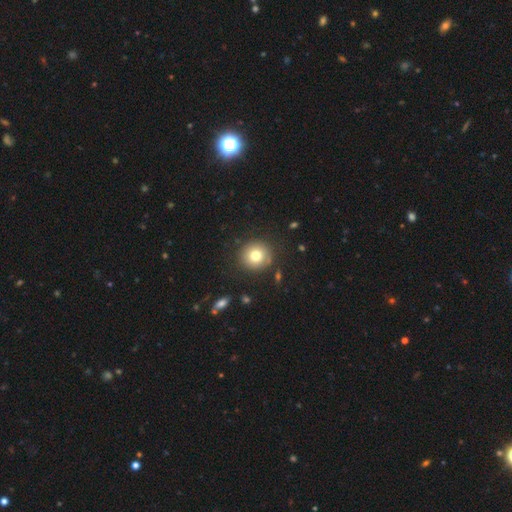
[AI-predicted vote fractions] Smooth or featured? smooth (76%)
How rounded? round (92%)
Merging? none (86%)